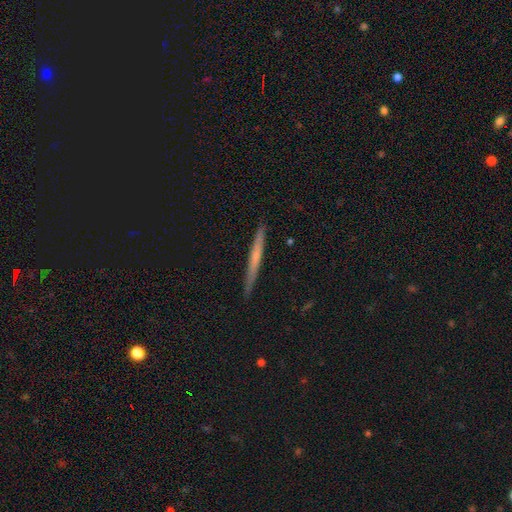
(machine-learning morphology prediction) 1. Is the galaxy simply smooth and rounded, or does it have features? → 50% featured or disk, 43% smooth, 7% star or artifact.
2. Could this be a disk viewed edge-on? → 97% yes, 3% no.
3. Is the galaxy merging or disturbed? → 90% none, 7% minor disturbance, 1% major disturbance, 1% merger.